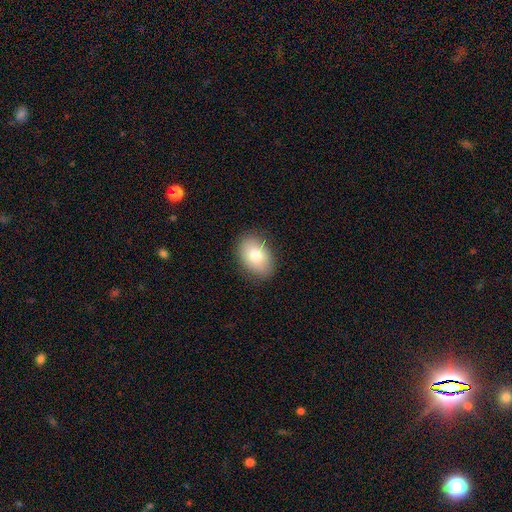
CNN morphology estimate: A smooth galaxy with no disk features (81%) that is in between round and cigar-shaped (87%). Merging: none (86%).